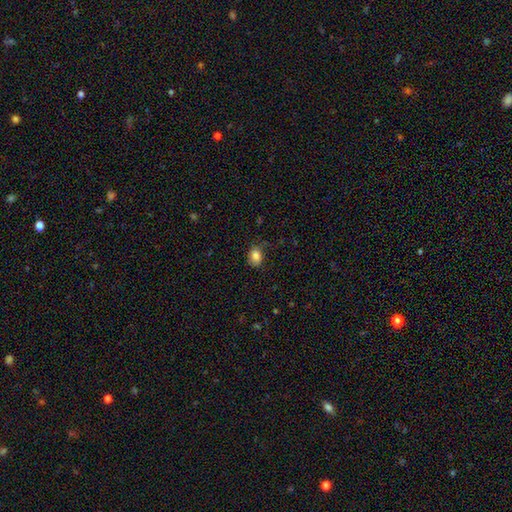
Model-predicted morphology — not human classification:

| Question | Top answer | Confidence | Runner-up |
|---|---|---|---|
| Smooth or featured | smooth | 85% | star or artifact (9%) |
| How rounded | in between | 69% | round (30%) |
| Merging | none | 70% | minor disturbance (23%) |